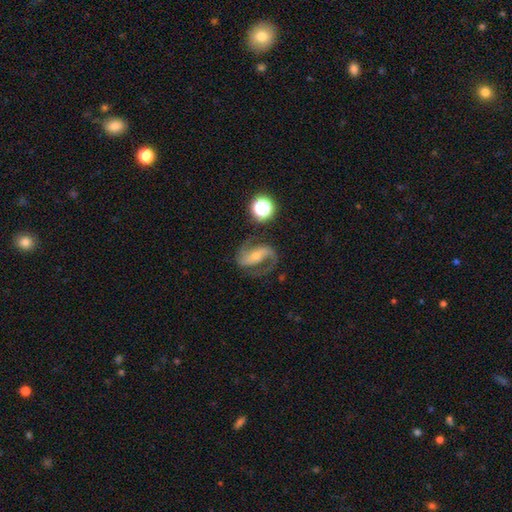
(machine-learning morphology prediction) Smooth or featured? Predicted: featured or disk (p=0.87). Edge-on disk? Predicted: no (p=0.97). Bar? Predicted: strong (p=0.45). Spiral arms? Predicted: yes (p=0.97). Spiral winding? Predicted: medium (p=0.54). Spiral arm count? Predicted: 2 (p=0.91). Bulge size? Predicted: small (p=0.59). Merging? Predicted: none (p=0.72).